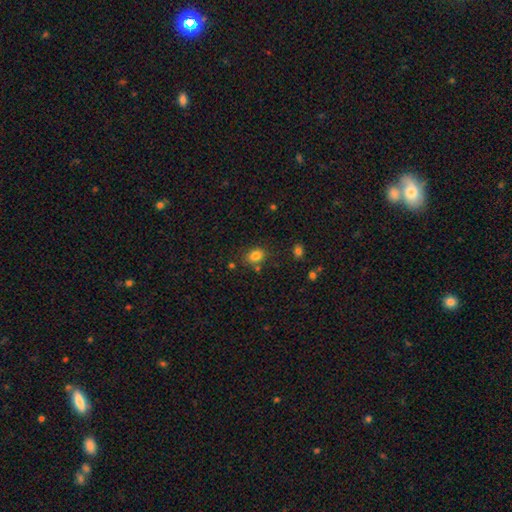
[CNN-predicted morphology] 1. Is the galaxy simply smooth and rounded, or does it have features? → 82% smooth, 12% star or artifact, 6% featured or disk.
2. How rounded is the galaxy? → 59% in between, 40% round, 1% cigar-shaped.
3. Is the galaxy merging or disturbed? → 76% none, 14% minor disturbance, 6% merger, 4% major disturbance.